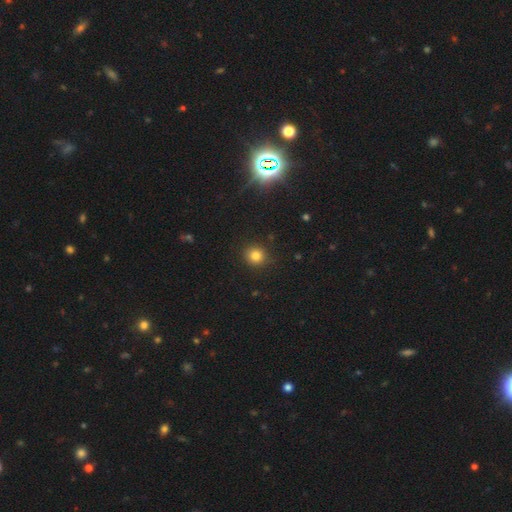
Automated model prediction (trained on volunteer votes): Smooth or featured: smooth — 81% (star or artifact — 13%)
How rounded: round — 90% (in between — 9%)
Merging: none — 89% (minor disturbance — 7%)